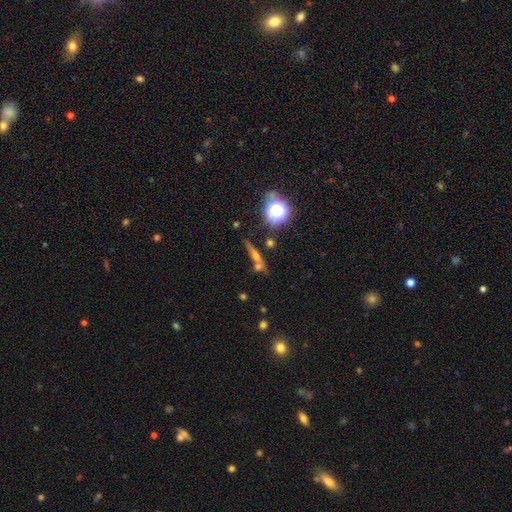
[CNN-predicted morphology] The model was most divided on "smooth or featured": smooth: 40%, featured or disk: 39%, star or artifact: 20%. More confident: merging — none (63%).